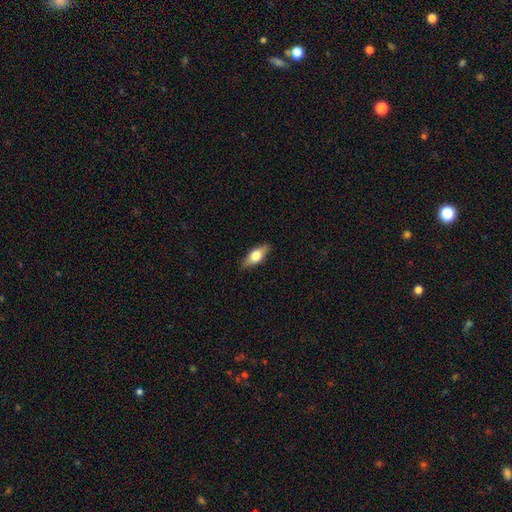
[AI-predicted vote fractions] smooth-or-featured: smooth: 62% | featured or disk: 32% | star or artifact: 7%
  how-rounded: in between: 75% | cigar-shaped: 21% | round: 4%
  merging: none: 86% | minor disturbance: 11% | major disturbance: 2% | merger: 1%